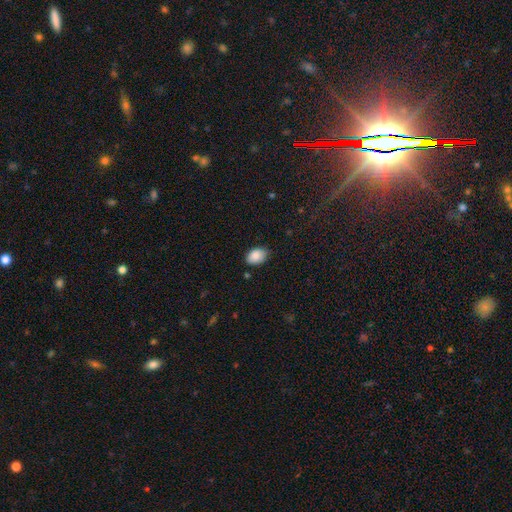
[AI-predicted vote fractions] Q: Smooth or featured?
A: smooth (88%); runner-up: star or artifact (7%)
Q: How rounded?
A: in between (84%); runner-up: round (15%)
Q: Merging?
A: none (80%); runner-up: minor disturbance (16%)